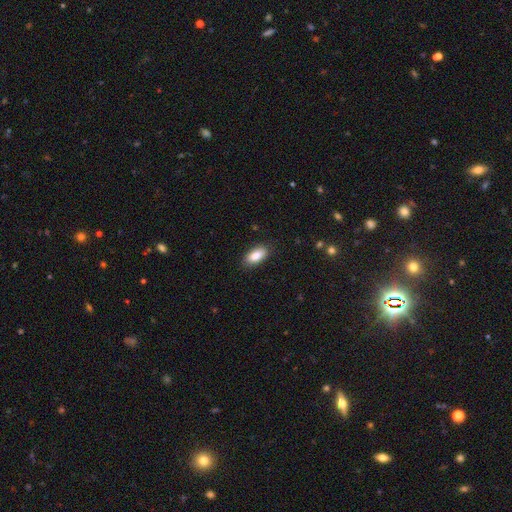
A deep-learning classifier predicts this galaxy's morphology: Smooth or featured: smooth — 86% (featured or disk — 7%)
How rounded: in between — 91% (cigar-shaped — 6%)
Merging: none — 85% (minor disturbance — 11%)